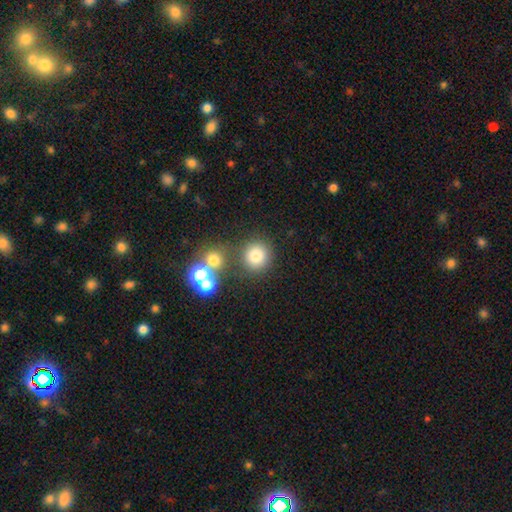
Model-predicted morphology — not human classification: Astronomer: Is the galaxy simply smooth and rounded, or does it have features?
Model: smooth — 77%.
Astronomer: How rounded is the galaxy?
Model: round — 92%.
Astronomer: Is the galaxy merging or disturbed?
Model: none — 74%.